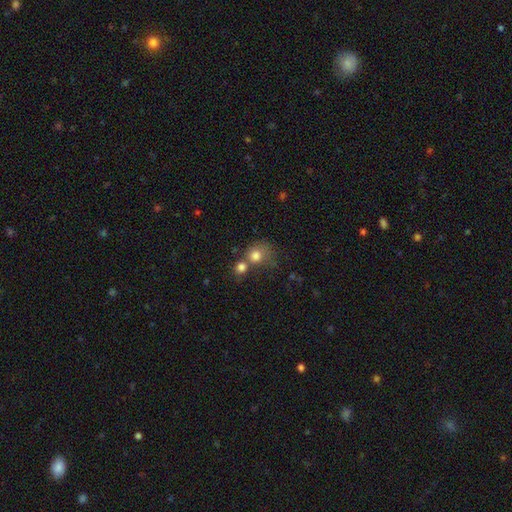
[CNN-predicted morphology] A smooth galaxy with no disk features (77%) that is round (75%).

Vote fractions:
- Smooth or featured? smooth: 77% / star or artifact: 11% / featured or disk: 11%
- How rounded? round: 75% / in between: 24% / cigar-shaped: 1%
- Merging? merger: 46% / none: 33% / minor disturbance: 11% / major disturbance: 9%